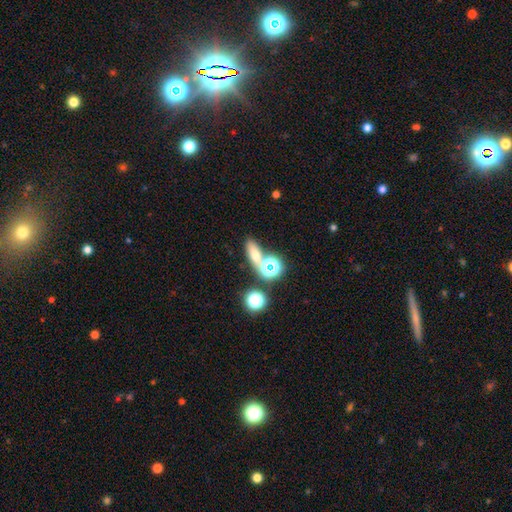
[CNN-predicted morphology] smooth 59%, star or artifact 26%, featured or disk 15%. Down the decision tree: how rounded — in between (55%); merging — none (61%).